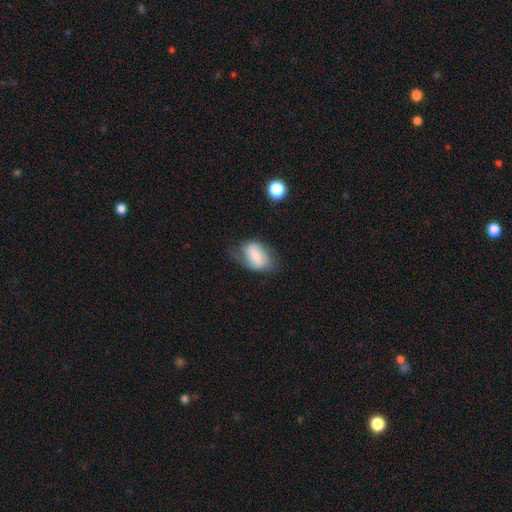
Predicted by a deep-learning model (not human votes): featured or disk 47%, smooth 45%, star or artifact 8%. Down the decision tree: merging — none (52%).